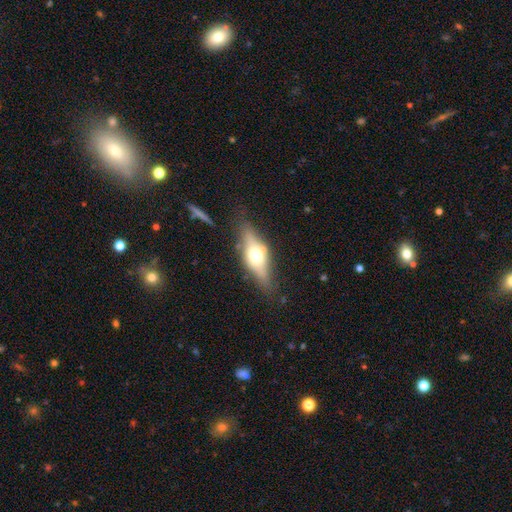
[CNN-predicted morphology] The model was most divided on "smooth or featured": featured or disk: 53%, smooth: 40%, star or artifact: 7%. More confident: edge-on disk — yes (84%); merging — none (75%).